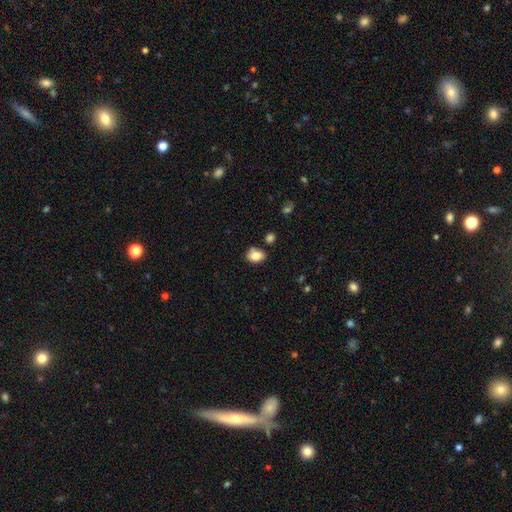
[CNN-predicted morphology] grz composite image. It shows a smooth galaxy with no disk features (81%) that is in between round and cigar-shaped (69%). Merging: none (68%).